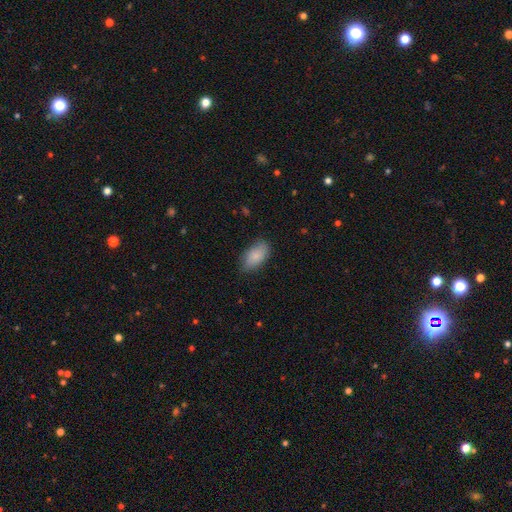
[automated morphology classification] smooth 84%, featured or disk 10%, star or artifact 6%. Down the decision tree: how rounded — in between (93%); merging — none (79%).